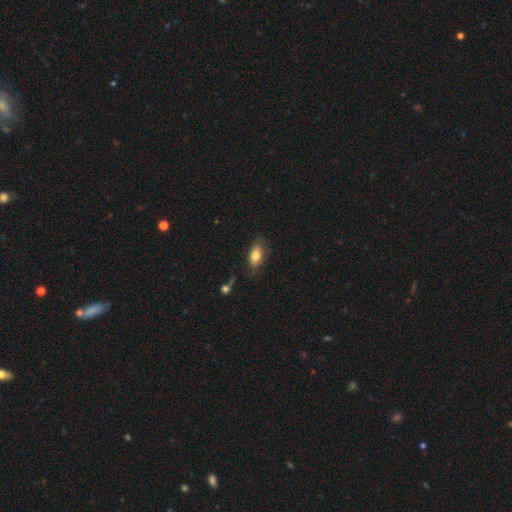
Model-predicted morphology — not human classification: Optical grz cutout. It shows a smooth galaxy with no disk features (80%) that is in between round and cigar-shaped (89%). Merging: none (75%).